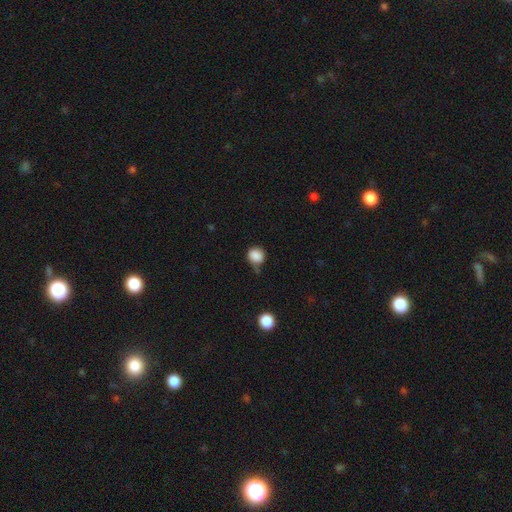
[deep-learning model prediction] Smooth or featured: smooth — 86% (star or artifact — 9%)
How rounded: round — 81% (in between — 18%)
Merging: none — 54% (minor disturbance — 31%)